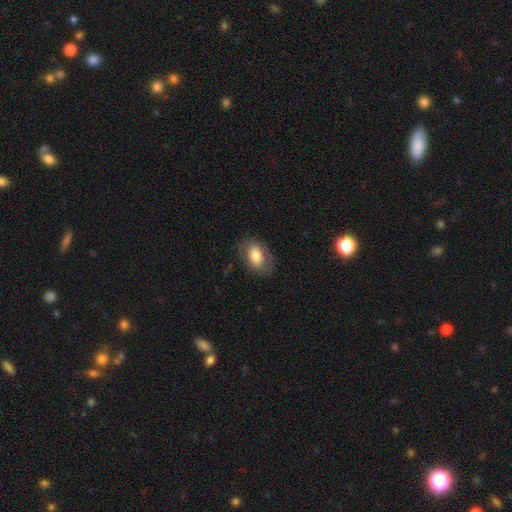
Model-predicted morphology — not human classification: smooth 74%, featured or disk 19%, star or artifact 7%. Down the decision tree: how rounded — in between (85%); merging — none (77%).